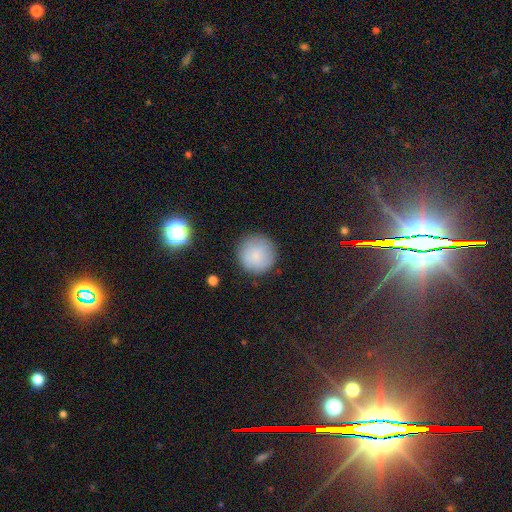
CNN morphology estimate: Smooth or featured? Predicted: smooth (p=0.85). How rounded? Predicted: round (p=0.95). Merging? Predicted: none (p=0.86).